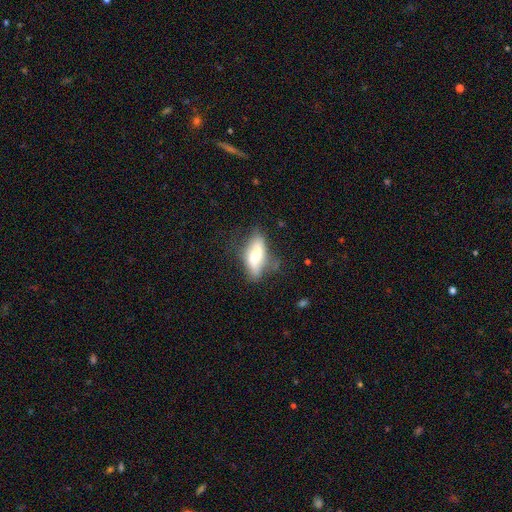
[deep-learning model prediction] Smooth or featured? Predicted: smooth (p=0.62). How rounded? Predicted: in between (p=0.72). Merging? Predicted: none (p=0.47).